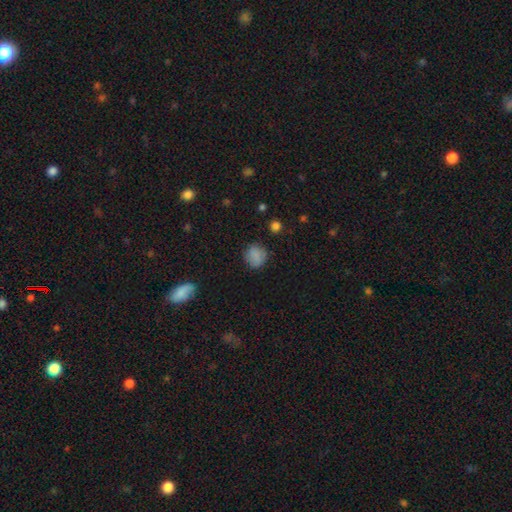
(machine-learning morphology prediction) A smooth galaxy with no disk features (80%) that is round (78%). Merging: none (78%).